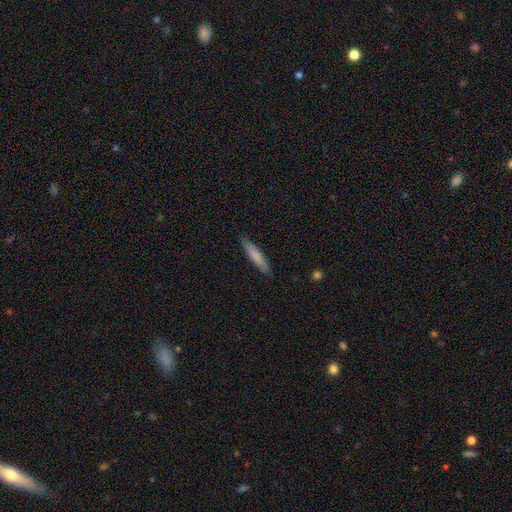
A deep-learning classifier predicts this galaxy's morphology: Smooth or featured: smooth — 75% (featured or disk — 20%)
How rounded: cigar-shaped — 91% (in between — 8%)
Merging: none — 88% (minor disturbance — 9%)